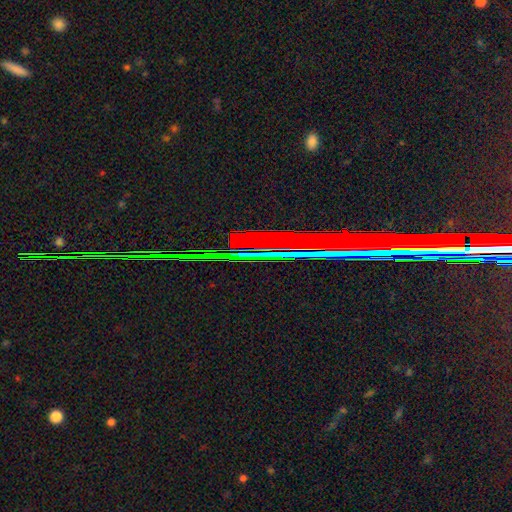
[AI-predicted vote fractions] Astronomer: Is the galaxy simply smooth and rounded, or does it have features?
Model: star or artifact — 84%.